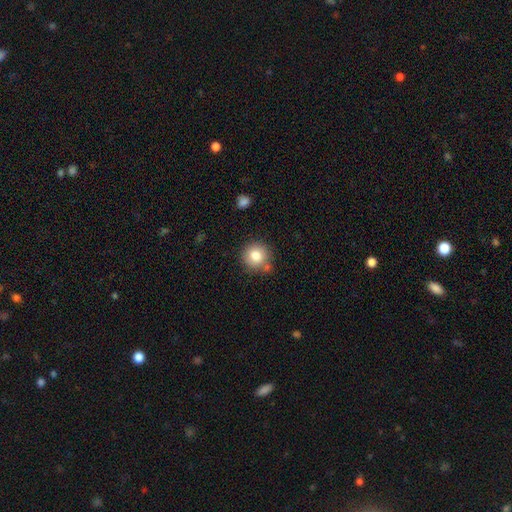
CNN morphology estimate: Smooth or featured? smooth (81%)
How rounded? round (92%)
Merging? none (77%)